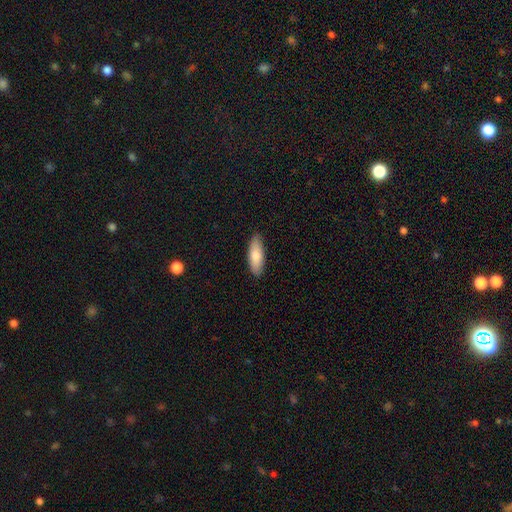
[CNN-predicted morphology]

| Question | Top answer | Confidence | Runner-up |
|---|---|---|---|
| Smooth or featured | smooth | 80% | featured or disk (15%) |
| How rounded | in between | 69% | cigar-shaped (30%) |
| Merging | none | 88% | minor disturbance (9%) |